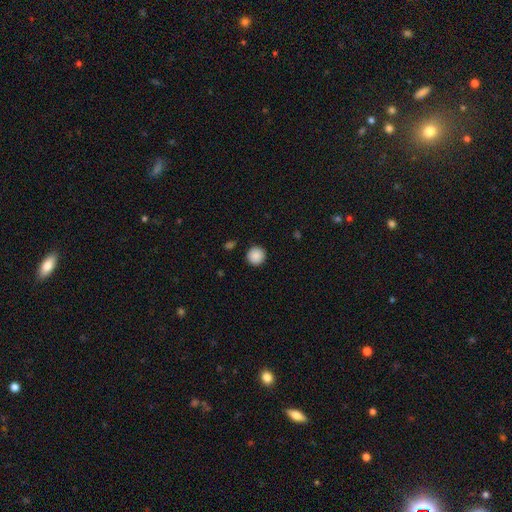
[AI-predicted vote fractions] This is clearly a smooth galaxy (89%). How rounded: clearly round (95%). Merging: clearly none (91%).